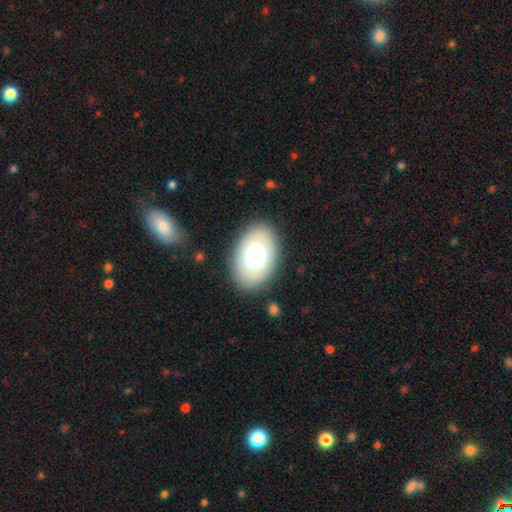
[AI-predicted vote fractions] smooth 69%, featured or disk 22%, star or artifact 9%. Down the decision tree: how rounded — in between (82%); merging — none (86%).